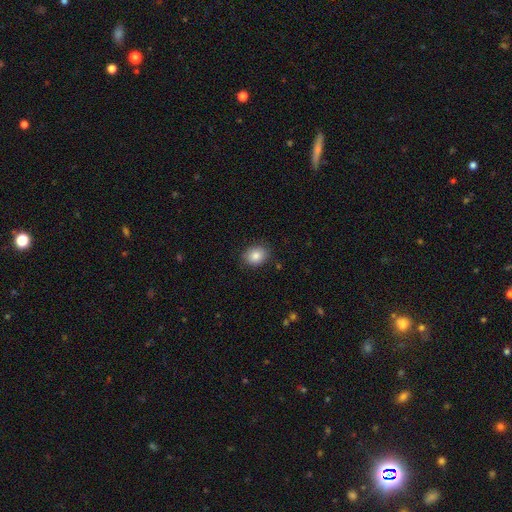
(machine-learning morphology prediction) smooth-or-featured: smooth: 85% | star or artifact: 8% | featured or disk: 6%
  how-rounded: in between: 54% | round: 45% | cigar-shaped: 1%
  merging: none: 86% | minor disturbance: 10% | major disturbance: 2% | merger: 1%